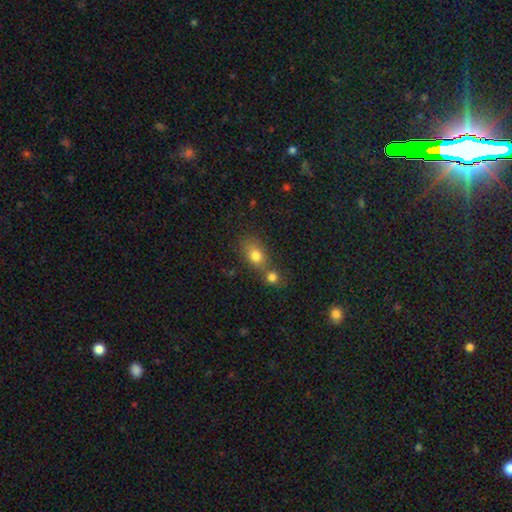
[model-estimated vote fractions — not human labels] This is likely a smooth galaxy (78%). How rounded: likely in between (65%). Merging: marginally merger (44%).